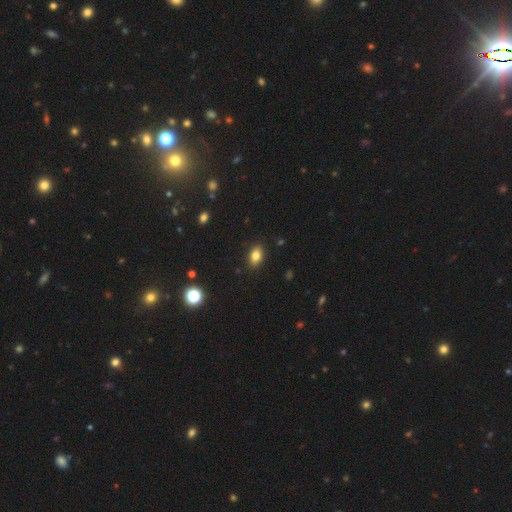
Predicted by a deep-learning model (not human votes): Overall: smooth (82%). How rounded: in between (85%). Merging: none (89%).